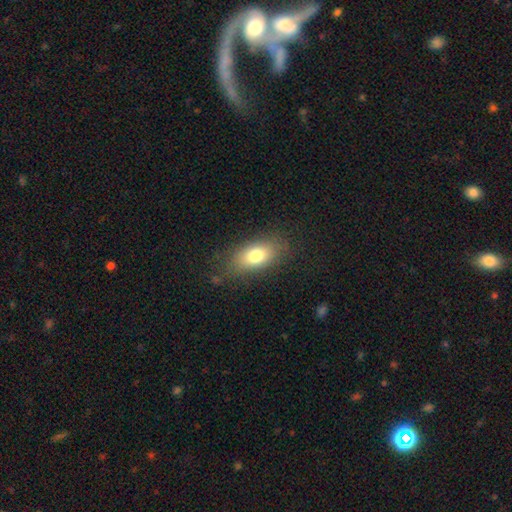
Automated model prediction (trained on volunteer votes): Smooth or featured? smooth (77%)
How rounded? in between (85%)
Merging? none (79%)